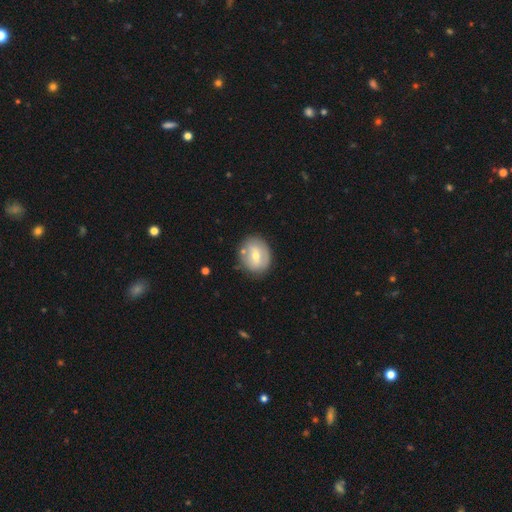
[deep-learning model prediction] This is possibly a featured or disk galaxy (47%). Merging: likely none (77%).